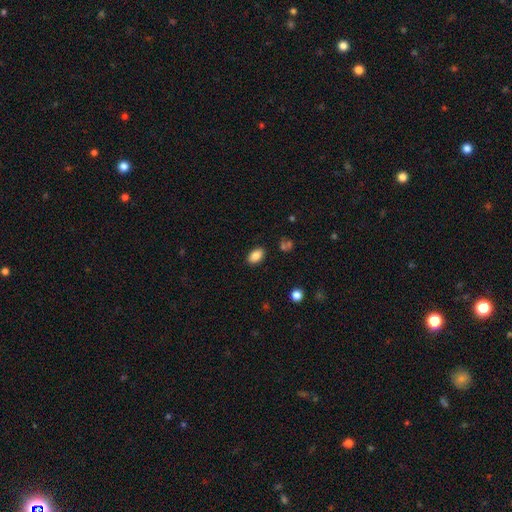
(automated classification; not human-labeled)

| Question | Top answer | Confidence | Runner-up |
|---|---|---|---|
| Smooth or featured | smooth | 84% | star or artifact (9%) |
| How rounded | in between | 90% | round (8%) |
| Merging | none | 86% | minor disturbance (10%) |